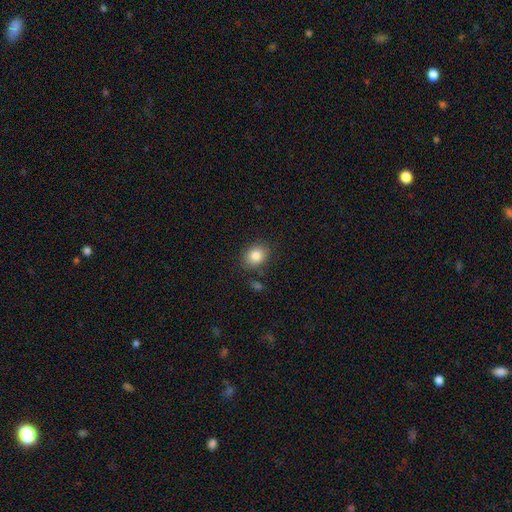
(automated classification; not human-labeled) This appears to be a smooth galaxy with no disk features (84%) that is round (52%). Merging: none (82%).